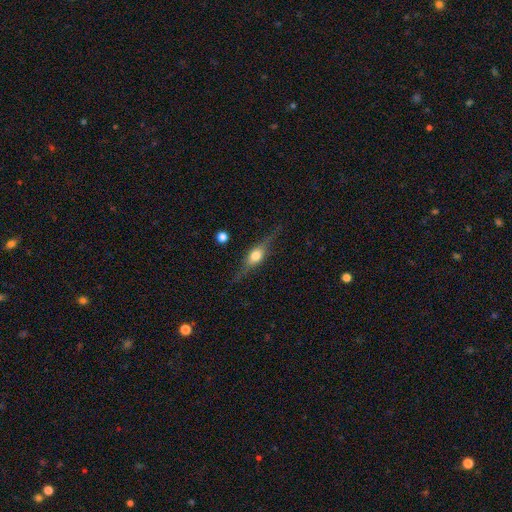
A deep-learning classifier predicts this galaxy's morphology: A featured or disk galaxy (67%) viewed edge-on (94%) with a rounded central bulge (91%).

Vote fractions:
- Smooth or featured? featured or disk: 67% / smooth: 25% / star or artifact: 7%
- Edge-on disk? yes: 94% / no: 6%
- Edge-on bulge? rounded: 91% / boxy: 7% / none: 2%
- Merging? none: 79% / minor disturbance: 15% / major disturbance: 5% / merger: 2%